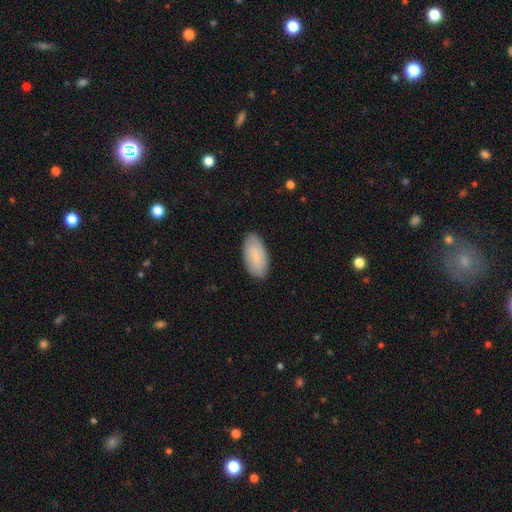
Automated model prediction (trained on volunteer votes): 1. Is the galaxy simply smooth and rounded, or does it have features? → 79% smooth, 15% featured or disk, 6% star or artifact.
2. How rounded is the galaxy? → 93% in between, 5% cigar-shaped, 2% round.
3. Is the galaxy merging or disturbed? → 86% none, 11% minor disturbance, 2% major disturbance, 1% merger.